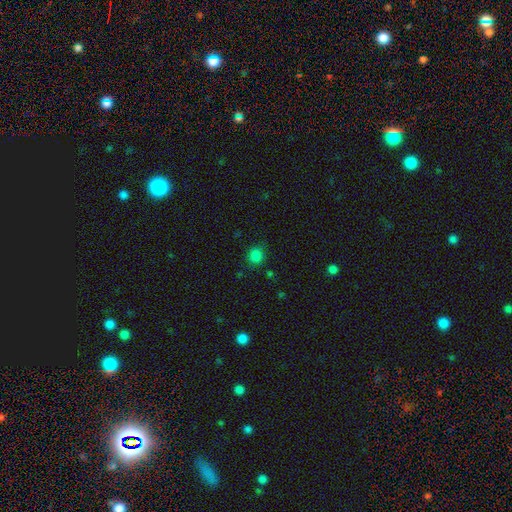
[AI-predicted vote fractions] Smooth or featured? smooth (82%)
How rounded? round (83%)
Merging? none (83%)